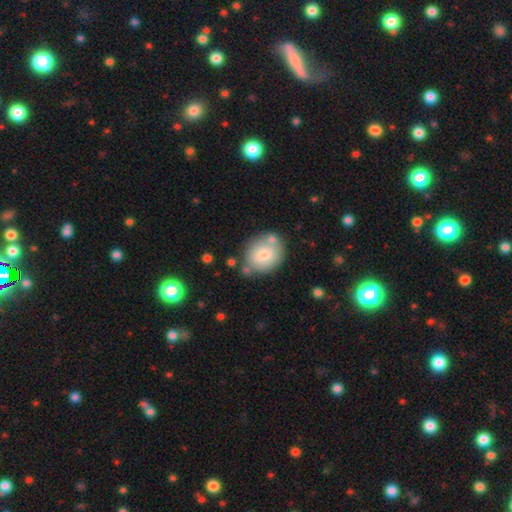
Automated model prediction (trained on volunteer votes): Q: Smooth or featured?
A: smooth (69%); runner-up: featured or disk (20%)
Q: How rounded?
A: round (76%); runner-up: in between (23%)
Q: Merging?
A: none (71%); runner-up: minor disturbance (14%)